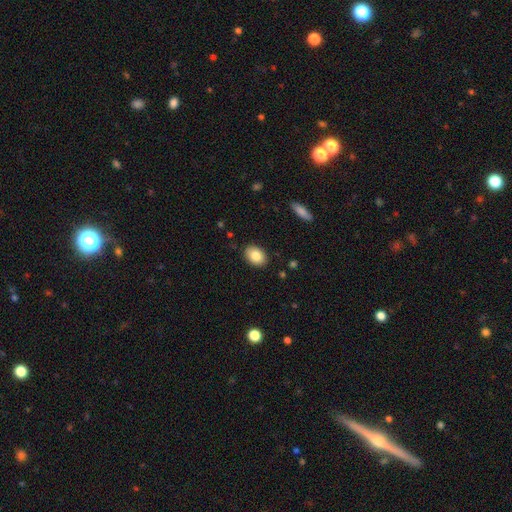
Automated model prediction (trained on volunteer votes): Smooth or featured? smooth (84%)
How rounded? in between (78%)
Merging? none (89%)